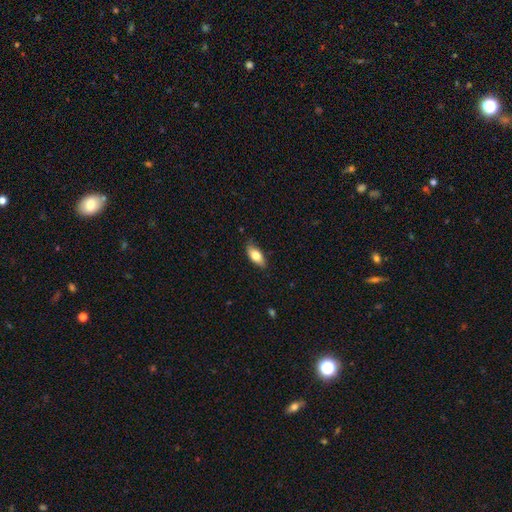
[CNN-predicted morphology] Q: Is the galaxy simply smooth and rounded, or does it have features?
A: smooth — 76%.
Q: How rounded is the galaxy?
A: in between — 82%.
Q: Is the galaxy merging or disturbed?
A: none — 81%.